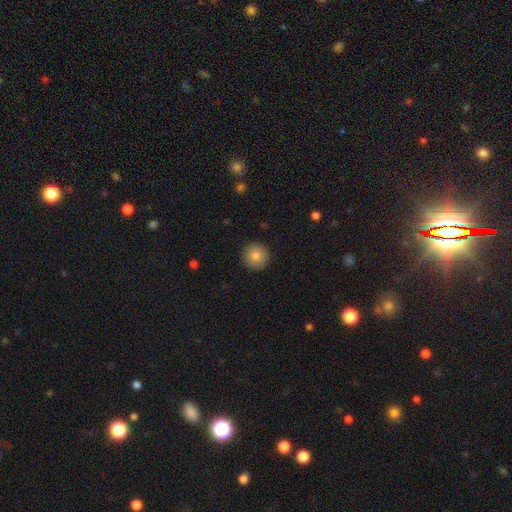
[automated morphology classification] This appears to be a smooth galaxy with no disk features (83%) that is round (96%). Merging: none (92%).